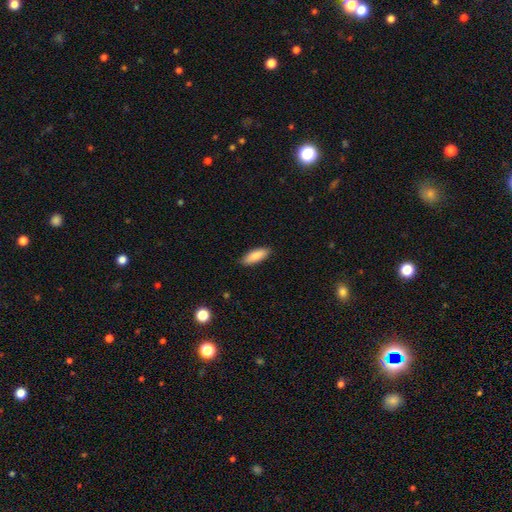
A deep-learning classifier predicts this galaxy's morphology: smooth 86%, featured or disk 8%, star or artifact 6%. Down the decision tree: how rounded — in between (67%); merging — none (88%).